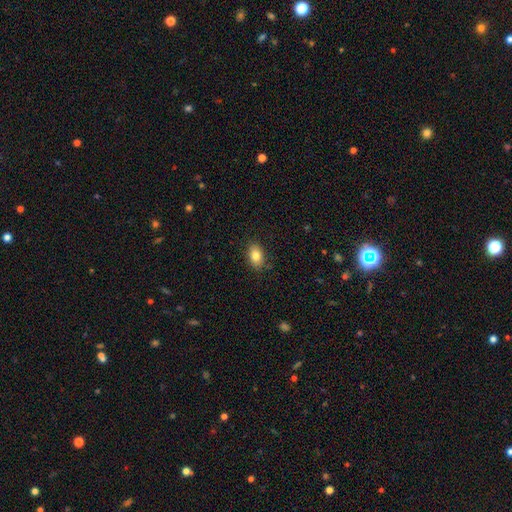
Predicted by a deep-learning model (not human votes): The model was most divided on "how rounded": in between: 85%, round: 13%, cigar-shaped: 2%. More confident: merging — none (85%); smooth or featured — smooth (83%).